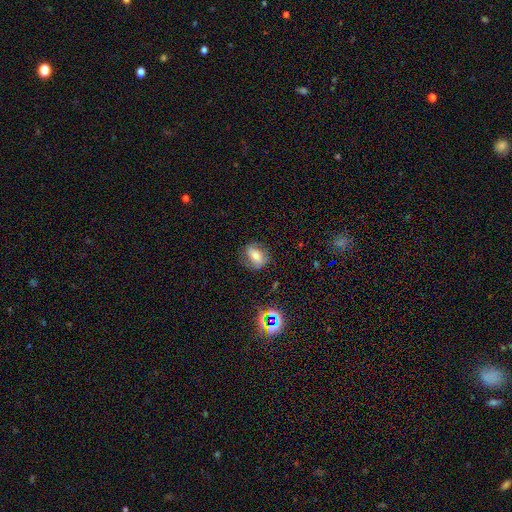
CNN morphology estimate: Q: Smooth or featured?
A: smooth (48%); runner-up: featured or disk (37%)
Q: Merging?
A: none (71%); runner-up: minor disturbance (19%)